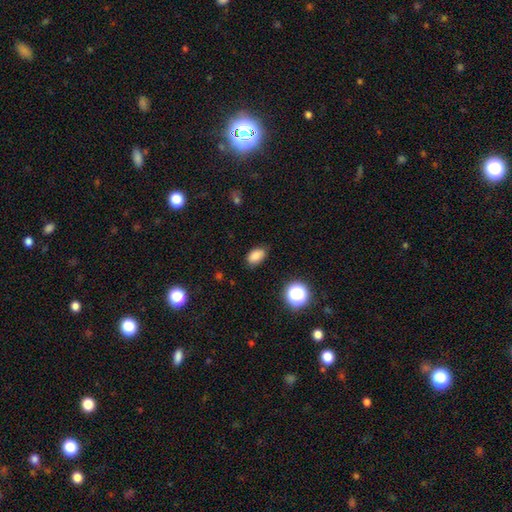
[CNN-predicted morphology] Smooth or featured? Predicted: smooth (p=0.82). How rounded? Predicted: in between (p=0.86). Merging? Predicted: none (p=0.80).